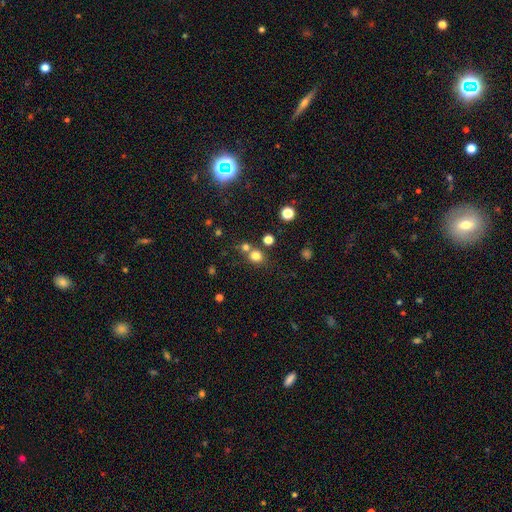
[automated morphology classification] type=smooth (77%); roundness=round (82%); merging=none (63%).